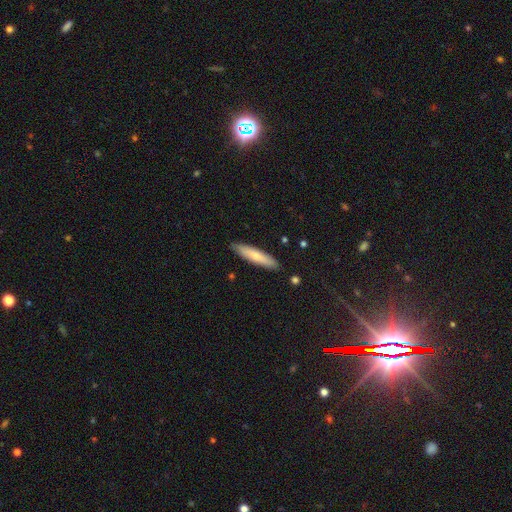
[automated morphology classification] Overall: smooth (70%). How rounded: cigar-shaped (83%). Merging: none (88%).